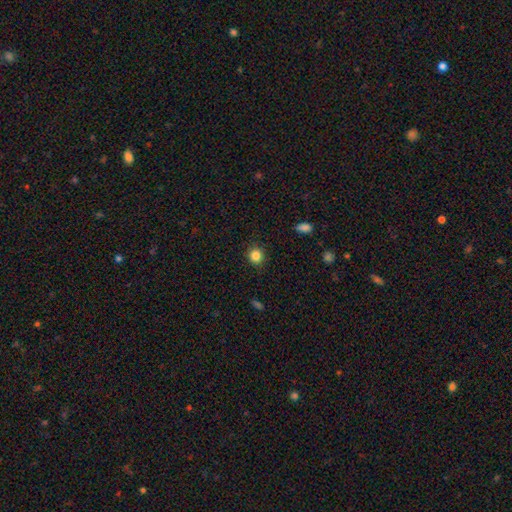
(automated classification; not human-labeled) Smooth or featured? Predicted: smooth (p=0.85). How rounded? Predicted: round (p=0.90). Merging? Predicted: none (p=0.91).